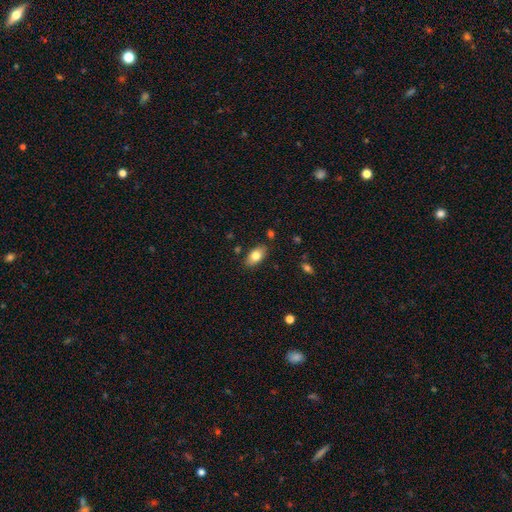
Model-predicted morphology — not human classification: Smooth or featured? smooth (79%)
How rounded? in between (91%)
Merging? none (84%)